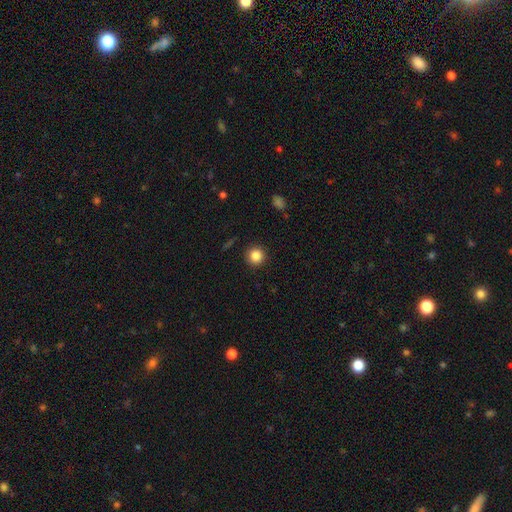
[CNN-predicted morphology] smooth 85%, star or artifact 11%, featured or disk 4%. Down the decision tree: how rounded — round (95%); merging — none (91%).